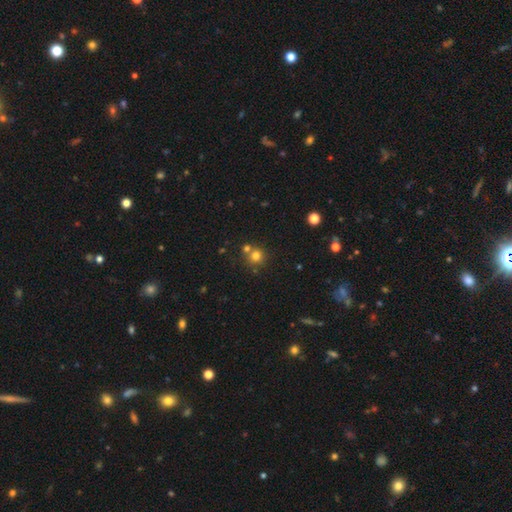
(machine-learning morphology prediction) The model was most divided on "merging": none: 63%, merger: 27%, minor disturbance: 7%, major disturbance: 3%. More confident: how rounded — round (90%); smooth or featured — smooth (75%).